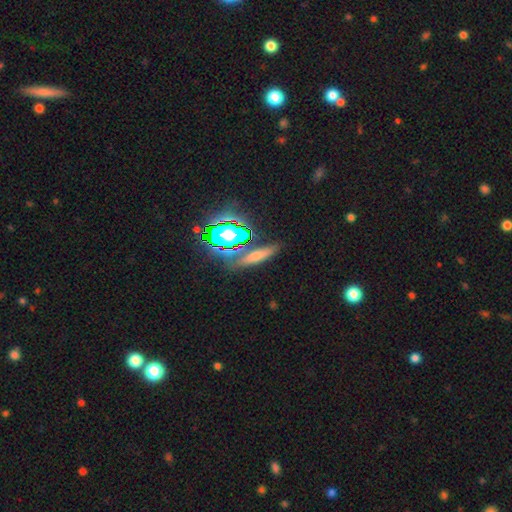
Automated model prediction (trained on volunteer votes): Smooth or featured? smooth (52%)
How rounded? cigar-shaped (58%)
Merging? none (77%)